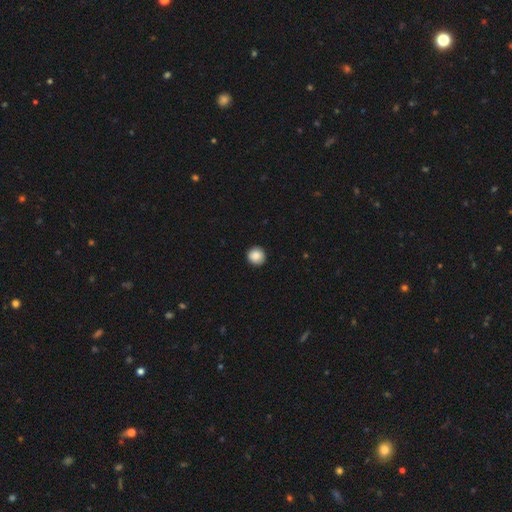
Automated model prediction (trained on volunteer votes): Smooth or featured? Predicted: smooth (p=0.88). How rounded? Predicted: round (p=0.94). Merging? Predicted: none (p=0.92).